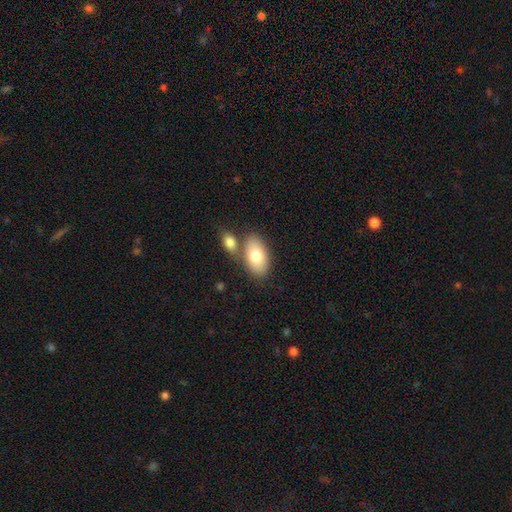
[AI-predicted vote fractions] Morphology: type=smooth (79%); roundness=in between (93%); merging=none (56%).